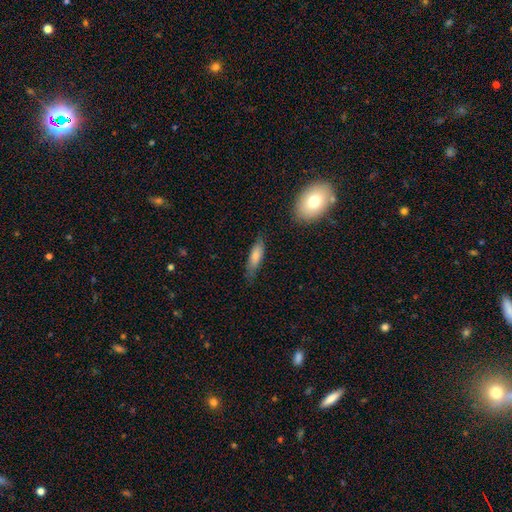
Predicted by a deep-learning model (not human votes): A smooth galaxy with no disk features (75%) that is cigar-shaped (54%). Merging: none (73%).